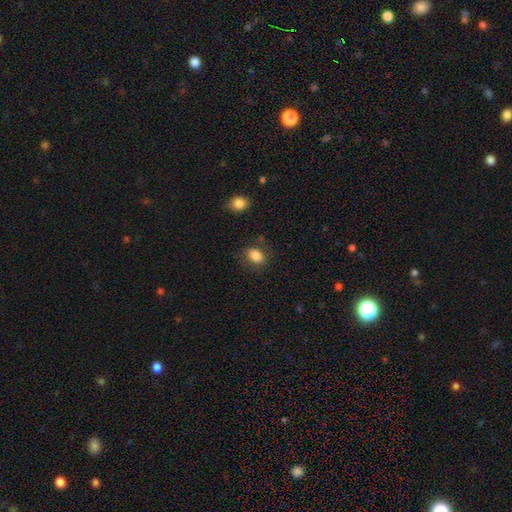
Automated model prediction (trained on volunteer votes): Smooth or featured: smooth — 85% (star or artifact — 9%)
How rounded: in between — 73% (round — 26%)
Merging: none — 75% (minor disturbance — 17%)